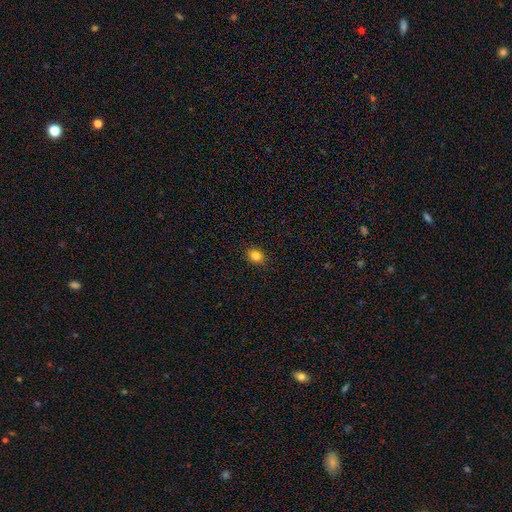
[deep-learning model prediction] A smooth galaxy with no disk features (83%) that is round (58%). Merging: none (89%).